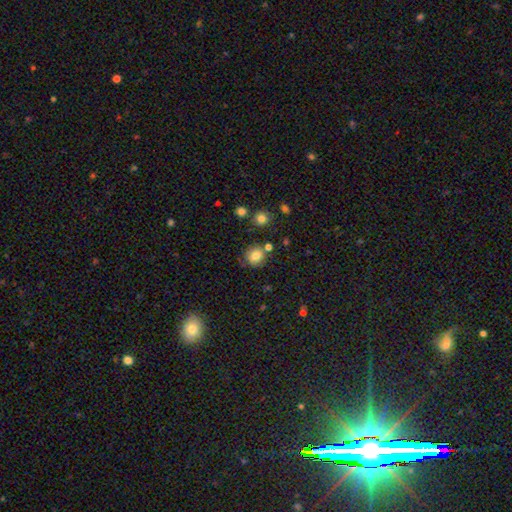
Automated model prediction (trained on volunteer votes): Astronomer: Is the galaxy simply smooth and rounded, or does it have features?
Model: smooth — 79%.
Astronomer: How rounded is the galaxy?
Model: round — 82%.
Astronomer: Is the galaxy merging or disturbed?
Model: none — 75%.